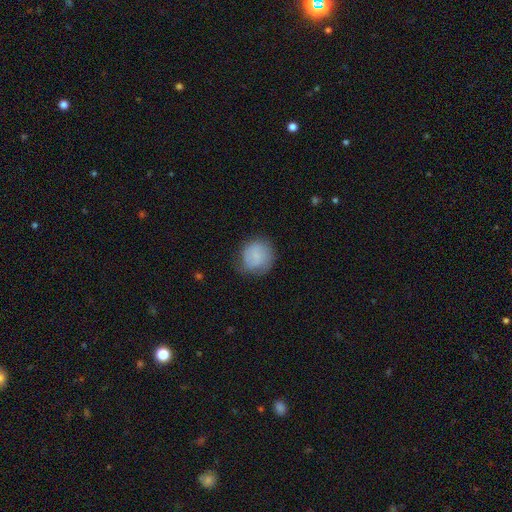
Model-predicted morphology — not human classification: A smooth galaxy with no disk features (75%) that is round (86%).

Vote fractions:
- Smooth or featured? smooth: 75% / featured or disk: 17% / star or artifact: 7%
- How rounded? round: 86% / in between: 13% / cigar-shaped: 1%
- Merging? none: 66% / minor disturbance: 24% / major disturbance: 9% / merger: 1%